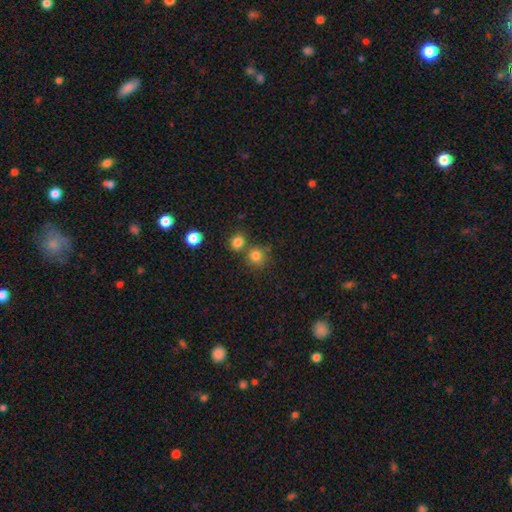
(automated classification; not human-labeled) Smooth or featured? Predicted: smooth (p=0.80). How rounded? Predicted: round (p=0.87). Merging? Predicted: none (p=0.63).